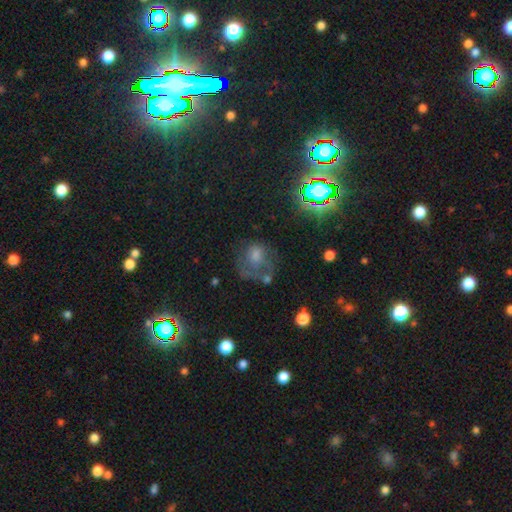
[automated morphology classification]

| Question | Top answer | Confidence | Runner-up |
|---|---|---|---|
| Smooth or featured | smooth | 39% | star or artifact (35%) |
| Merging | none | 47% | major disturbance (25%) |